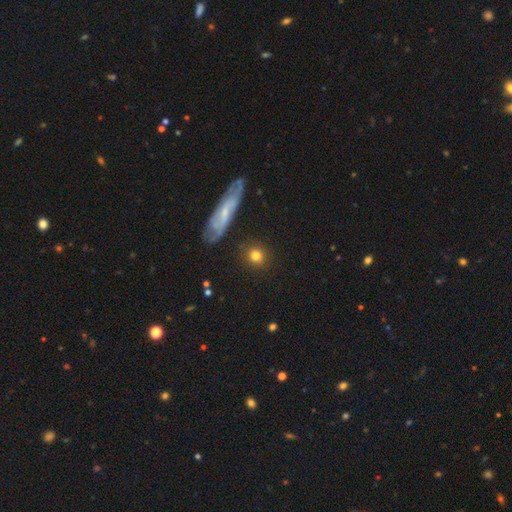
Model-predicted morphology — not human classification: This appears to be a smooth galaxy with no disk features (78%) that is round (86%). Merging: none (87%).